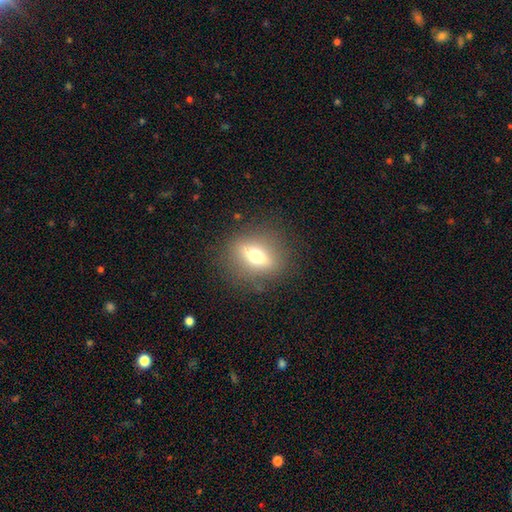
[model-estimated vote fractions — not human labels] Smooth or featured? smooth (50%)
Merging? none (84%)